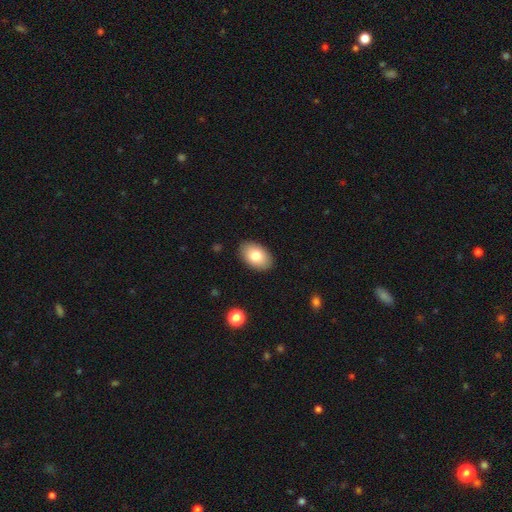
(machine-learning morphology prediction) A smooth galaxy with no disk features (81%) that is in between round and cigar-shaped (92%).

Vote fractions:
- Smooth or featured? smooth: 81% / featured or disk: 13% / star or artifact: 7%
- How rounded? in between: 92% / round: 7% / cigar-shaped: 1%
- Merging? none: 89% / minor disturbance: 8% / major disturbance: 2% / merger: 1%